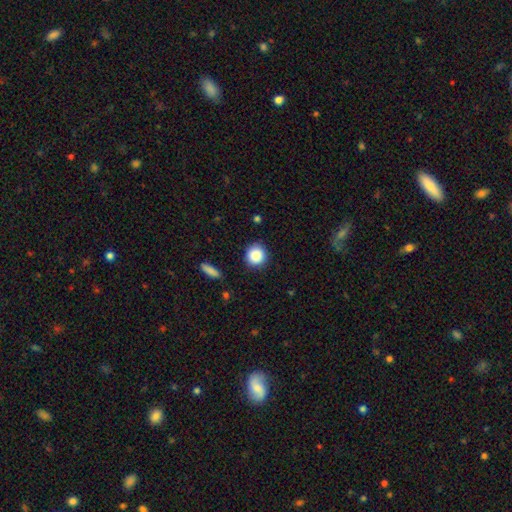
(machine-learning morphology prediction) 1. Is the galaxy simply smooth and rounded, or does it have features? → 88% smooth, 8% star or artifact, 4% featured or disk.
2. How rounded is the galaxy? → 89% round, 10% in between, 1% cigar-shaped.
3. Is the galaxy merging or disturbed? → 88% none, 9% minor disturbance, 2% major disturbance, 2% merger.